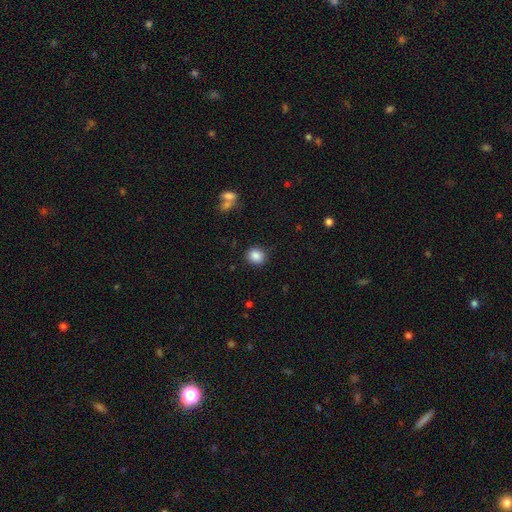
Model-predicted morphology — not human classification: This is clearly a smooth galaxy (86%). How rounded: clearly round (81%). Merging: clearly none (87%).